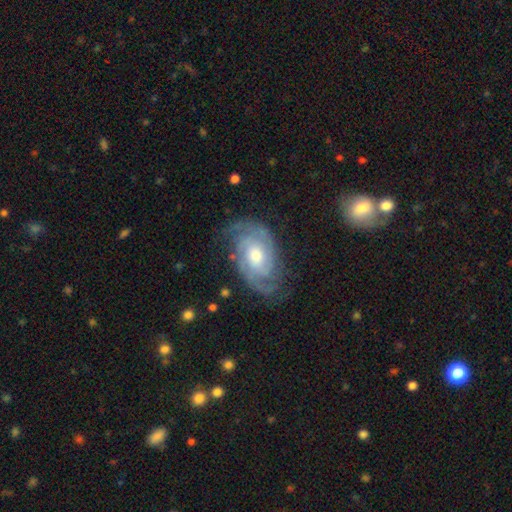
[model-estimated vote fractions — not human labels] Smooth or featured?
  - featured or disk: 89% *
  - smooth: 7%
  - star or artifact: 5%
Edge-on disk?
  - no: 97% *
  - yes: 3%
Bar?
  - no: 64% *
  - weak: 30%
  - strong: 7%
Spiral arms?
  - yes: 97% *
  - no: 3%
Spiral winding?
  - tight: 62% *
  - medium: 32%
  - loose: 6%
Spiral arm count?
  - 2: 61% *
  - 3: 15%
  - can't tell: 13%
  - 4: 4%
  - 1: 4%
  - more than 4: 3%
Bulge size?
  - moderate: 70% *
  - small: 16%
  - large: 11%
  - none: 2%
  - dominant: 1%
Merging?
  - none: 77% *
  - minor disturbance: 16%
  - major disturbance: 5%
  - merger: 1%